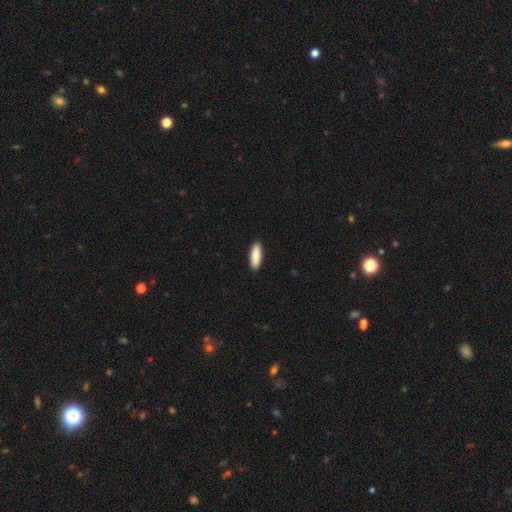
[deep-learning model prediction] smooth_or_featured: smooth (p=0.83) [alt: featured or disk p=0.12]
how_rounded: in between (p=0.57) [alt: cigar-shaped p=0.42]
merging: none (p=0.91) [alt: minor disturbance p=0.07]